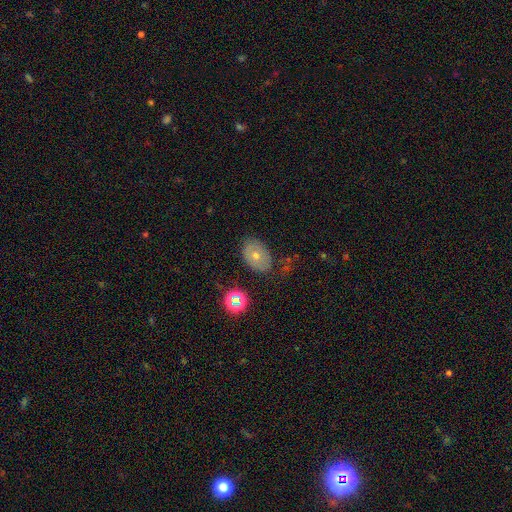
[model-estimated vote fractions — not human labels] smooth 49%, featured or disk 33%, star or artifact 17%. Down the decision tree: merging — none (72%).